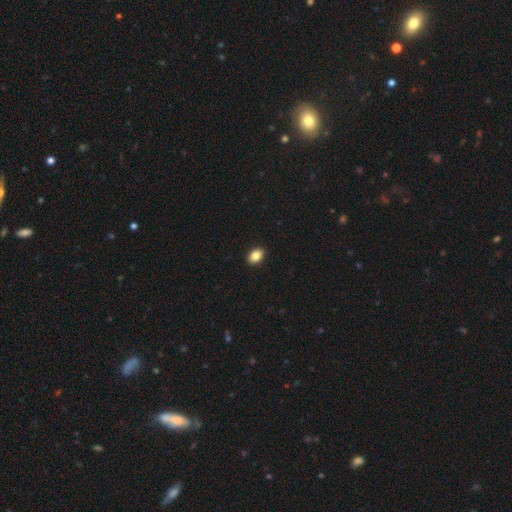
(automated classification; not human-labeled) Q: Smooth or featured?
A: smooth (86%); runner-up: star or artifact (9%)
Q: How rounded?
A: in between (81%); runner-up: round (18%)
Q: Merging?
A: none (91%); runner-up: minor disturbance (7%)